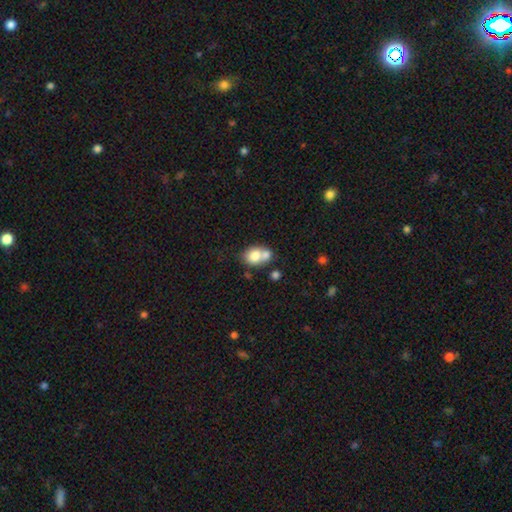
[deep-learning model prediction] Smooth or featured? Predicted: smooth (p=0.75). How rounded? Predicted: in between (p=0.51). Merging? Predicted: merger (p=0.51).